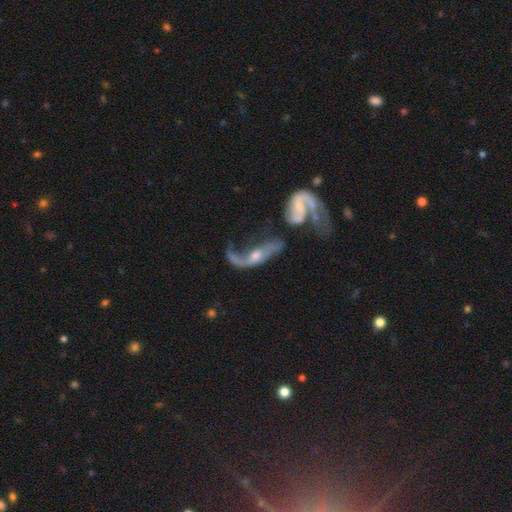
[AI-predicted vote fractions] The model was most divided on "bulge size": moderate: 47%, small: 40%, none: 7%, large: 4%, dominant: 2%. Remaining: edge-on disk — no (84%); spiral arms — yes (81%); spiral winding — loose (81%); smooth or featured — featured or disk (76%); spiral arm count — 2 (65%); bar — no (59%); merging — merger (39%).